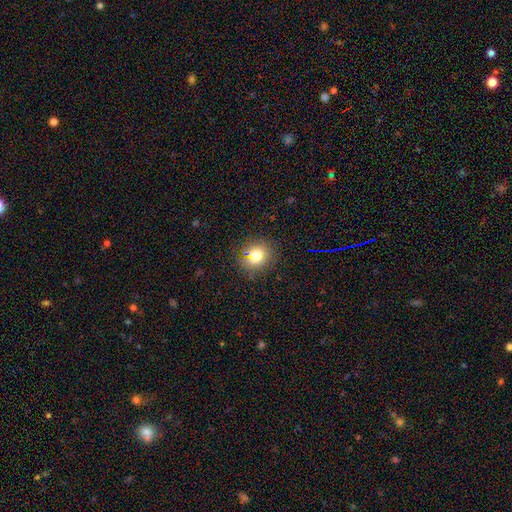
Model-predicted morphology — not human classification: A smooth galaxy with no disk features (75%) that is round (82%). Merging: none (86%).